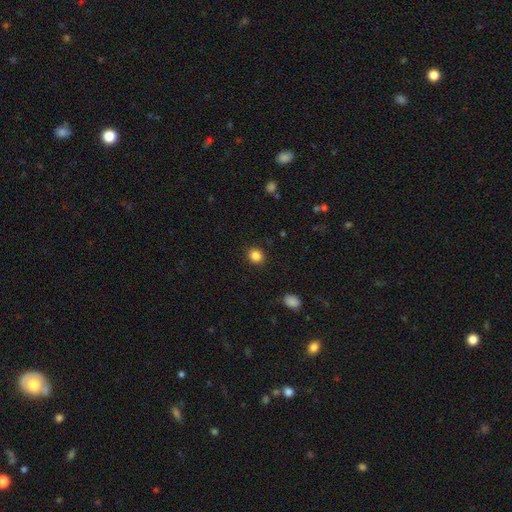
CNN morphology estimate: This is clearly a smooth galaxy (85%). How rounded: likely round (78%). Merging: clearly none (90%).